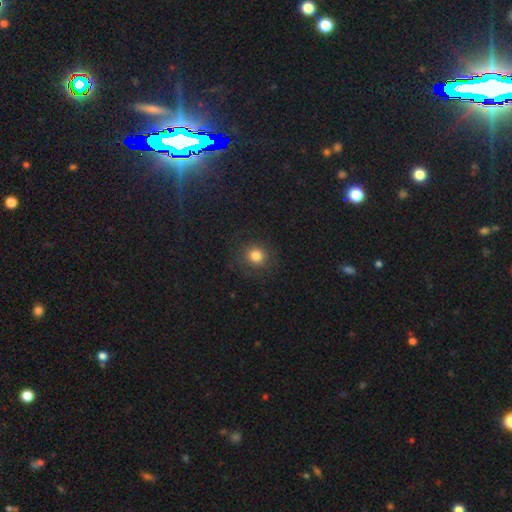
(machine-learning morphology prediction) Smooth or featured: smooth — 82% (star or artifact — 13%)
How rounded: round — 86% (in between — 13%)
Merging: none — 86% (minor disturbance — 9%)